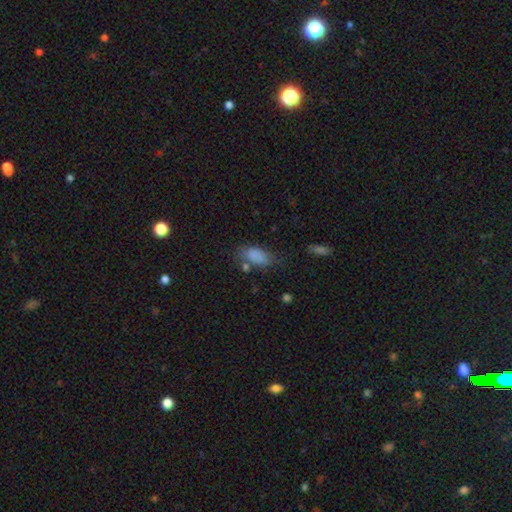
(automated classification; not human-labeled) Smooth or featured? smooth (81%)
How rounded? in between (91%)
Merging? none (48%)